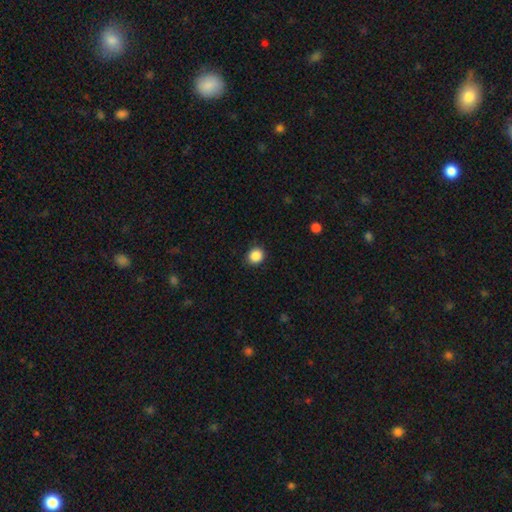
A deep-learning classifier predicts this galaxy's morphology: Overall: smooth (87%). How rounded: round (84%). Merging: none (89%).